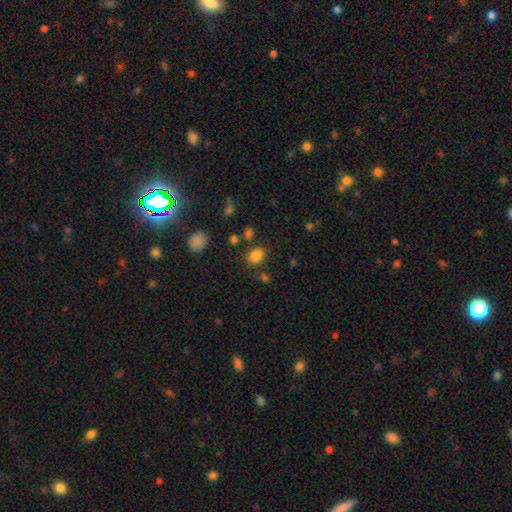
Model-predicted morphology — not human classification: smooth-or-featured: smooth: 82% | star or artifact: 13% | featured or disk: 5%
  how-rounded: in between: 64% | round: 35% | cigar-shaped: 1%
  merging: none: 74% | minor disturbance: 14% | merger: 7% | major disturbance: 5%